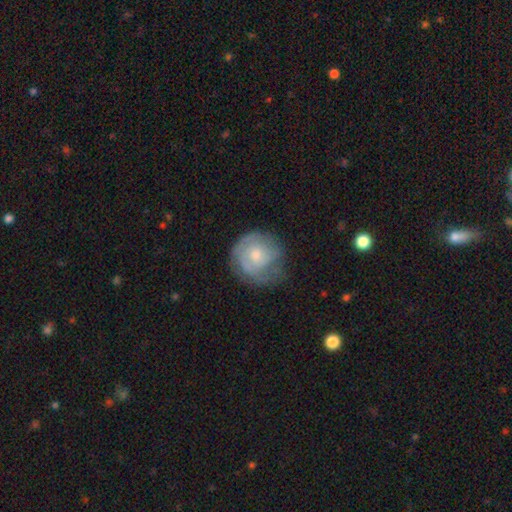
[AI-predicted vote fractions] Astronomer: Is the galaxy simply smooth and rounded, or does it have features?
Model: featured or disk — 54% (runner-up: smooth, 40%).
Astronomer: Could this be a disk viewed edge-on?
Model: no — 97%.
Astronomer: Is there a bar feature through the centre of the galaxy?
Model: no — 80%.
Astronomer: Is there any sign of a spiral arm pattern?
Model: yes — 73%.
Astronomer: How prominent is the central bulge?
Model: moderate — 46% (runner-up: small, 45%).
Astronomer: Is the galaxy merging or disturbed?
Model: none — 54%.